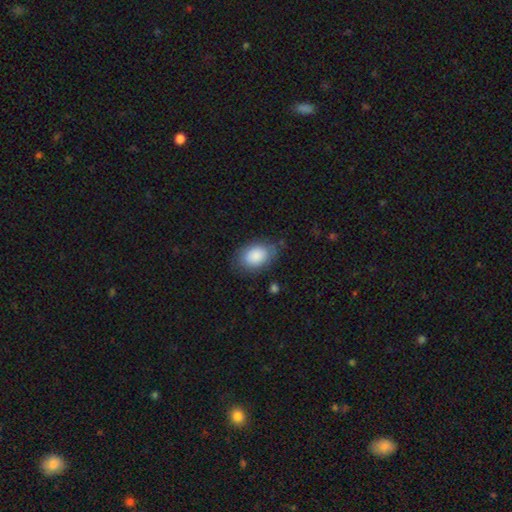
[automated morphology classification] A smooth galaxy with no disk features (86%) that is in between round and cigar-shaped (86%). Merging: none (75%).